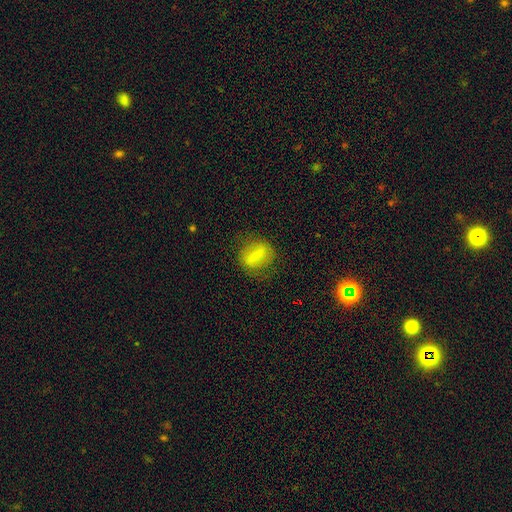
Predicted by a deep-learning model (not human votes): Morphology: type=smooth (59%); roundness=in between (52%); merging=none (73%).